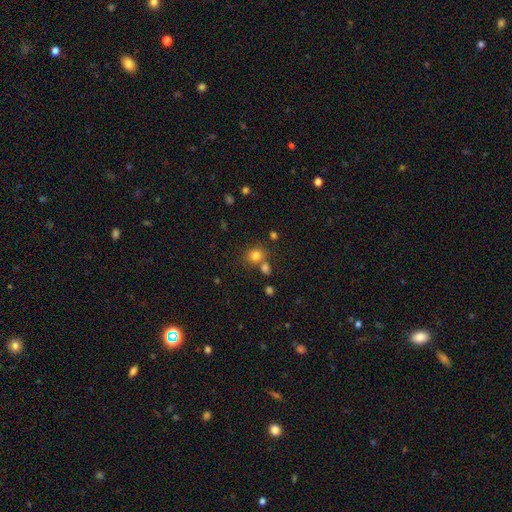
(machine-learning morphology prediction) Smooth or featured? smooth (79%)
How rounded? round (78%)
Merging? none (63%)